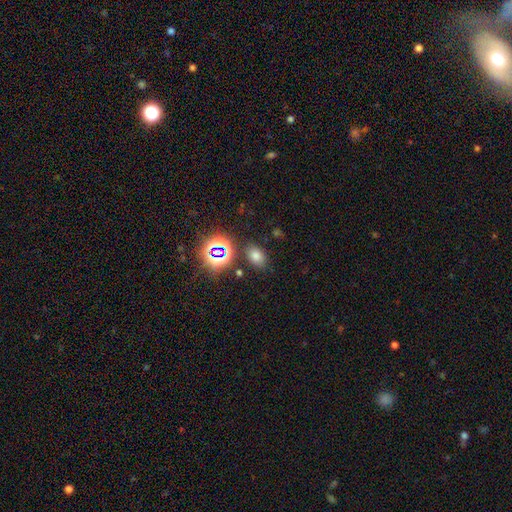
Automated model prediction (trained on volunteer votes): This appears to be a smooth galaxy with no disk features (67%) that is in between round and cigar-shaped (78%). Merging: none (81%).